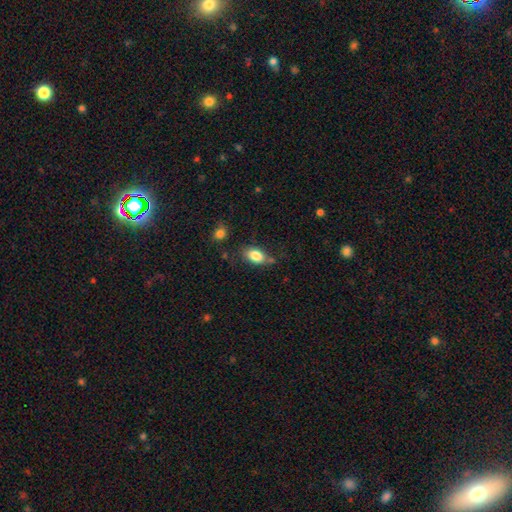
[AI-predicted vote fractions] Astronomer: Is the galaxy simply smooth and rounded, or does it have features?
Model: smooth — 83%.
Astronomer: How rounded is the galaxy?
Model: in between — 87%.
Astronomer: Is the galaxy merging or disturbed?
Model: none — 65%.